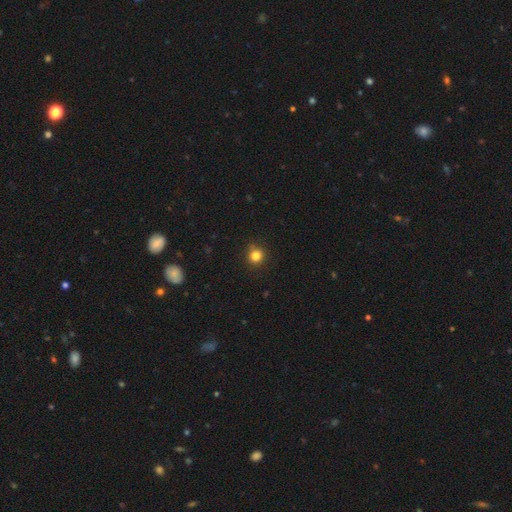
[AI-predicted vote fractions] The model was most divided on "smooth or featured": smooth: 83%, star or artifact: 13%, featured or disk: 5%. More confident: how rounded — round (92%); merging — none (87%).